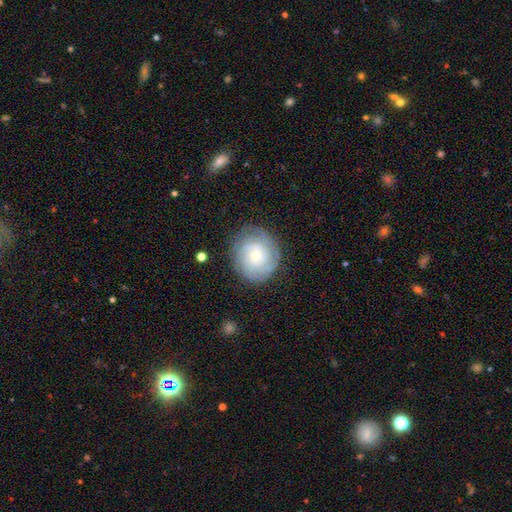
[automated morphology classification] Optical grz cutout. It shows a featured or disk galaxy (58%) with no bar (82%), spiral arms (79%) and a small central bulge (64%). Merging: none (76%).